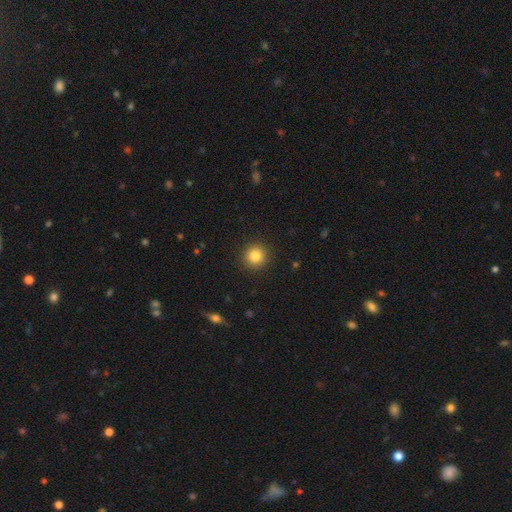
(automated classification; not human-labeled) smooth 84%, star or artifact 11%, featured or disk 6%. Down the decision tree: how rounded — round (94%); merging — none (92%).